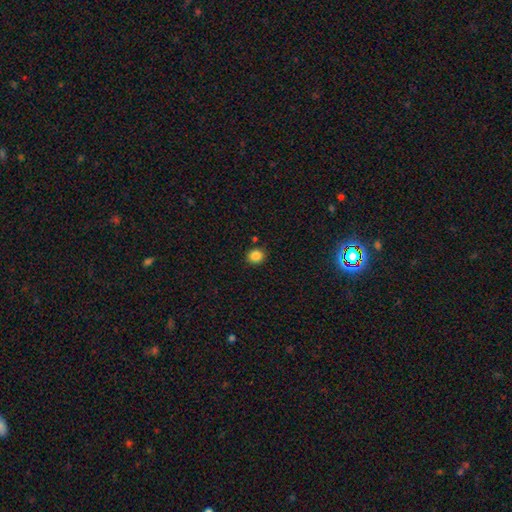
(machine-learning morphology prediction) Overall: smooth (86%). How rounded: round (83%). Merging: none (86%).